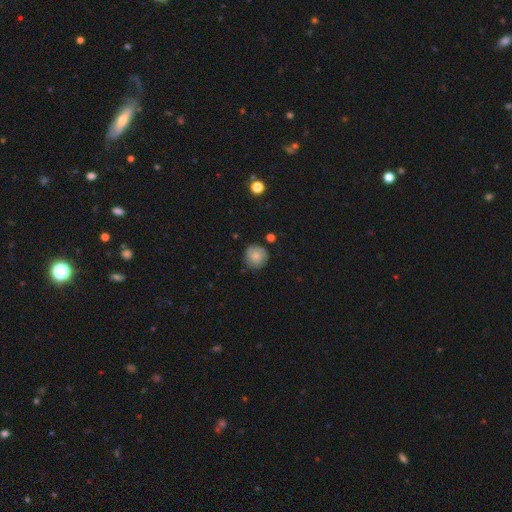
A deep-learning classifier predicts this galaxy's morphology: smooth 78%, featured or disk 14%, star or artifact 8%. Down the decision tree: how rounded — round (92%); merging — none (80%).